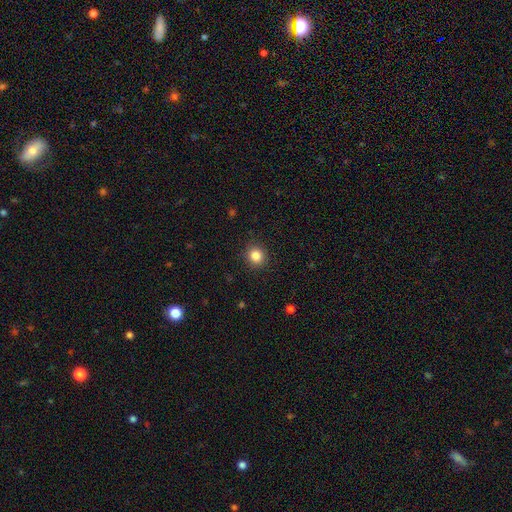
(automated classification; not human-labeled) Morphology: type=smooth (84%); roundness=round (87%); merging=none (90%).